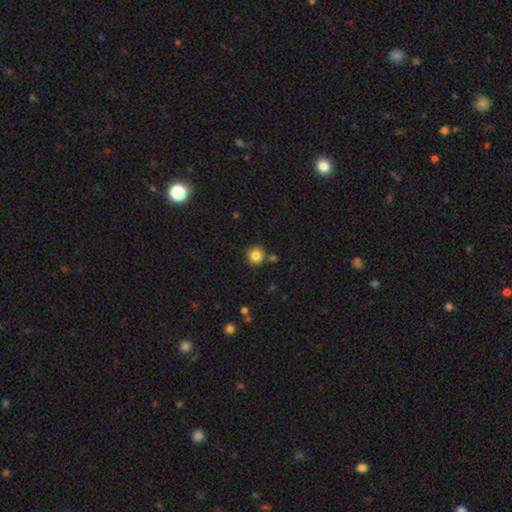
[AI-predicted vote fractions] Smooth or featured?
  - smooth: 84% *
  - star or artifact: 11%
  - featured or disk: 5%
How rounded?
  - round: 92% *
  - in between: 7%
  - cigar-shaped: 1%
Merging?
  - none: 83% *
  - minor disturbance: 8%
  - merger: 7%
  - major disturbance: 2%